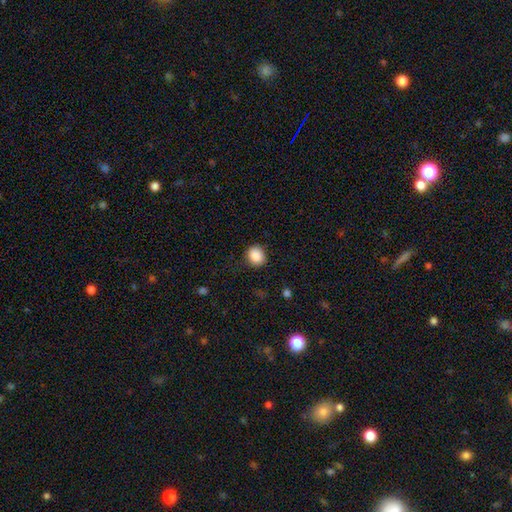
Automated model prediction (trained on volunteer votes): Morphology: type=smooth (88%); roundness=round (75%); merging=none (85%).